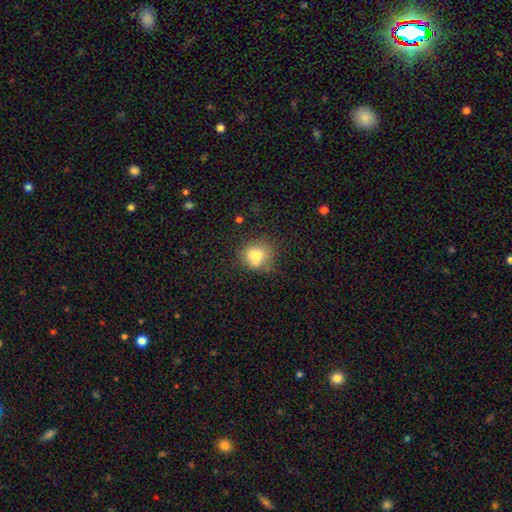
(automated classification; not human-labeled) Smooth or featured? Predicted: smooth (p=0.63). How rounded? Predicted: round (p=0.72). Merging? Predicted: none (p=0.45).